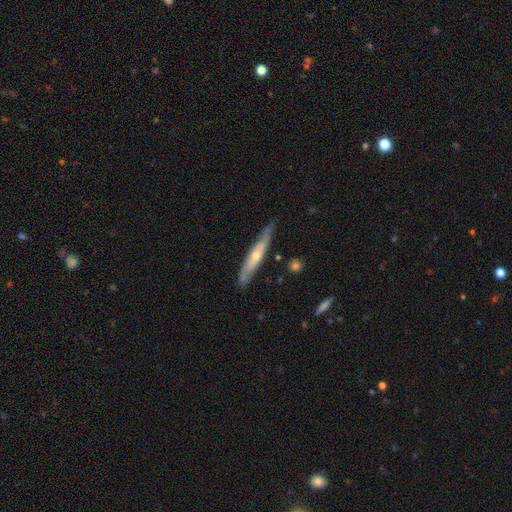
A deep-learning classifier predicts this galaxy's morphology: Smooth or featured? Predicted: featured or disk (p=0.59). Edge-on disk? Predicted: yes (p=0.77). Merging? Predicted: none (p=0.77).